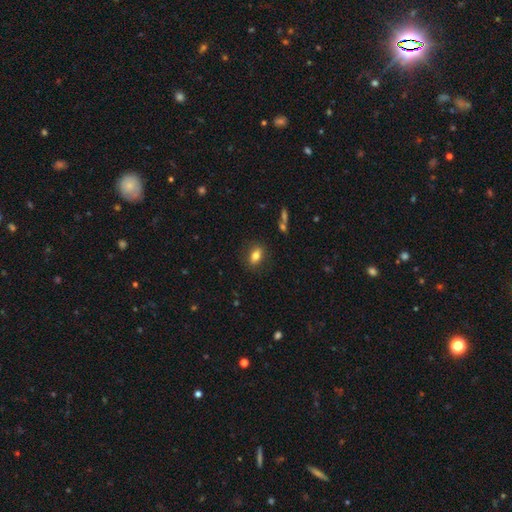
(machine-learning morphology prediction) Smooth or featured? smooth (80%)
How rounded? in between (79%)
Merging? none (85%)